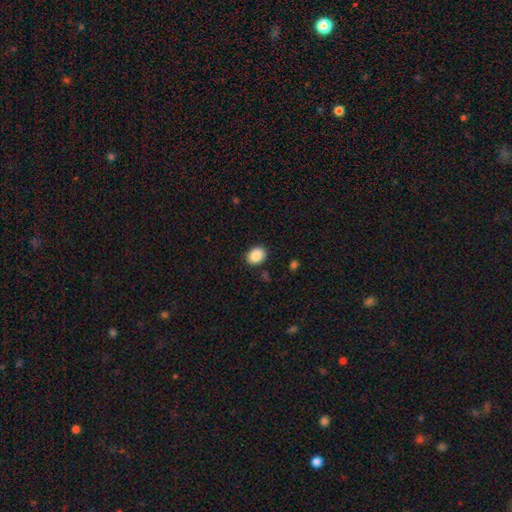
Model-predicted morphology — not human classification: A smooth galaxy with no disk features (89%) that is in between round and cigar-shaped (61%). Merging: none (88%).